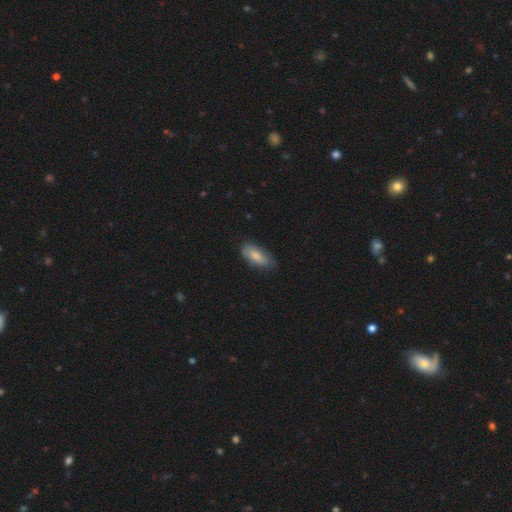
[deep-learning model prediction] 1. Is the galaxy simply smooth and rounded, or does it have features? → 74% smooth, 20% featured or disk, 6% star or artifact.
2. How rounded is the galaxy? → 84% in between, 13% cigar-shaped, 2% round.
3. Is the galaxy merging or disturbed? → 76% none, 19% minor disturbance, 4% major disturbance, 1% merger.